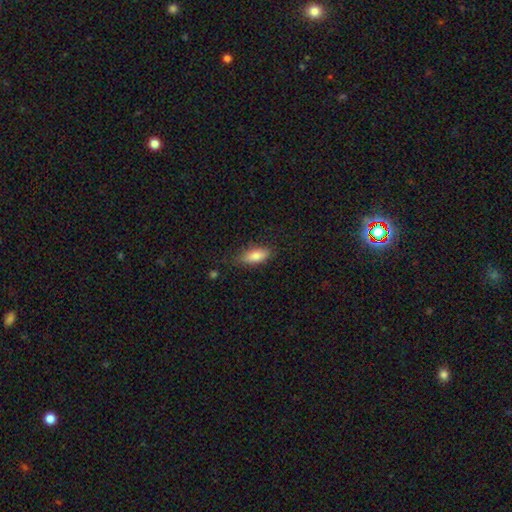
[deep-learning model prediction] Overall: smooth (80%). How rounded: in between (78%). Merging: none (78%).